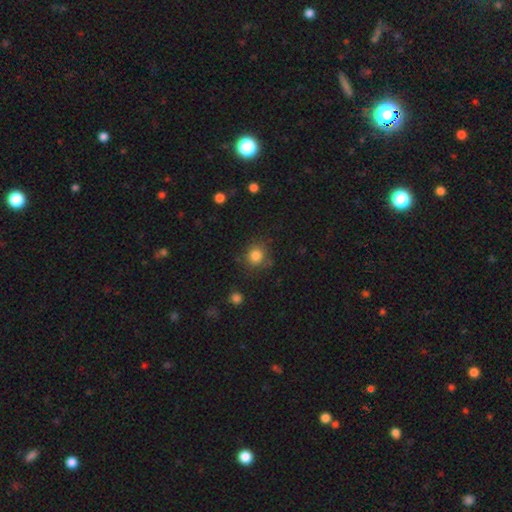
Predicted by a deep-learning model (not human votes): A smooth galaxy with no disk features (83%) that is round (87%).

Vote fractions:
- Smooth or featured? smooth: 83% / star or artifact: 12% / featured or disk: 6%
- How rounded? round: 87% / in between: 12% / cigar-shaped: 1%
- Merging? none: 79% / minor disturbance: 13% / major disturbance: 4% / merger: 4%